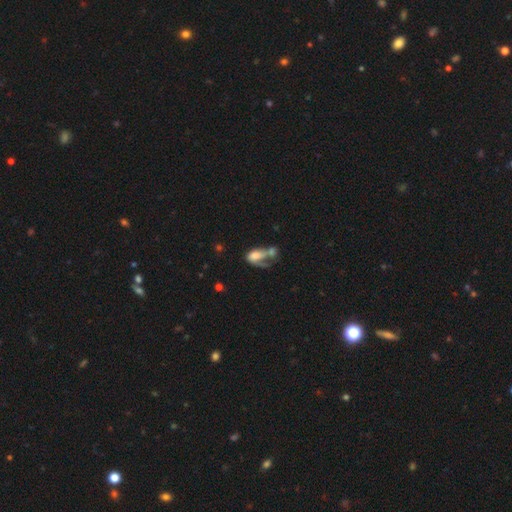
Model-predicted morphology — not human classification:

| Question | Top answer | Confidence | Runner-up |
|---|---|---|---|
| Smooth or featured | smooth | 52% | featured or disk (38%) |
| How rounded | in between | 84% | round (10%) |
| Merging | merger | 47% | major disturbance (29%) |